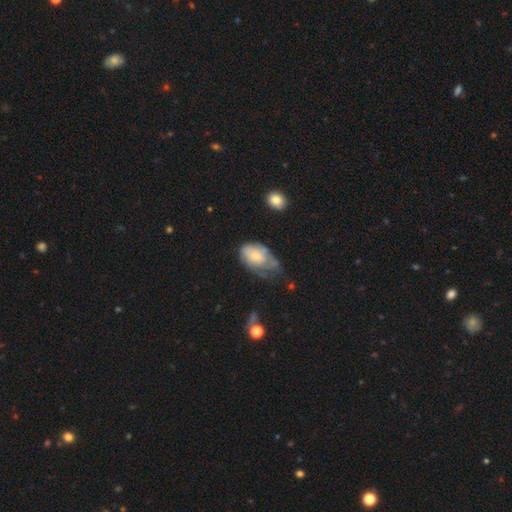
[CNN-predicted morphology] The model was most divided on "merging": minor disturbance: 38%, none: 29%, major disturbance: 28%, merger: 5%. More confident: how rounded — in between (87%); smooth or featured — smooth (55%).